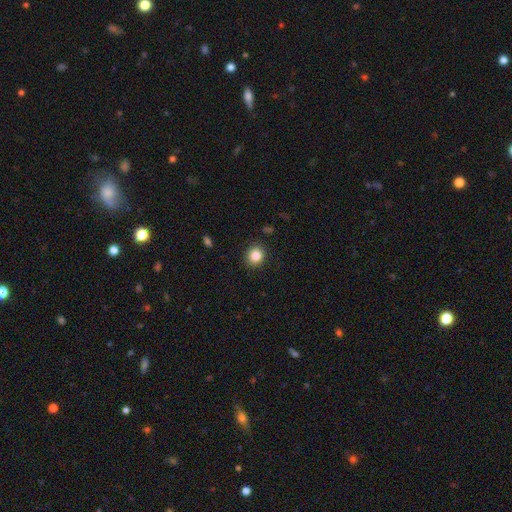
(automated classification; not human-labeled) Smooth or featured?
  - smooth: 85% *
  - star or artifact: 10%
  - featured or disk: 5%
How rounded?
  - round: 81% *
  - in between: 19%
  - cigar-shaped: 1%
Merging?
  - none: 89% *
  - minor disturbance: 8%
  - major disturbance: 2%
  - merger: 1%